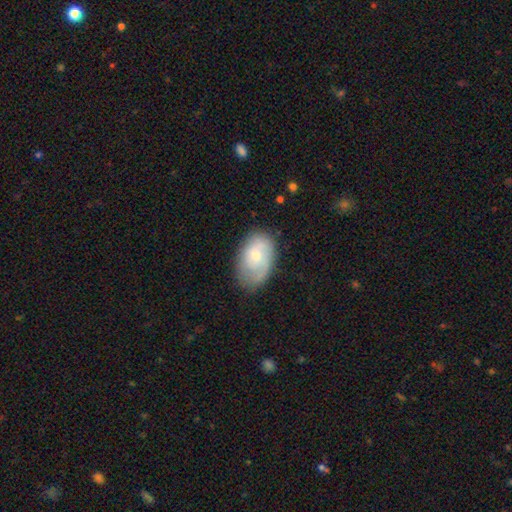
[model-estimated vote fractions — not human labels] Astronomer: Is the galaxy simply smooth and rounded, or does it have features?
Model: featured or disk — 48% (runner-up: smooth, 45%).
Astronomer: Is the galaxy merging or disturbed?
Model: none — 67%.